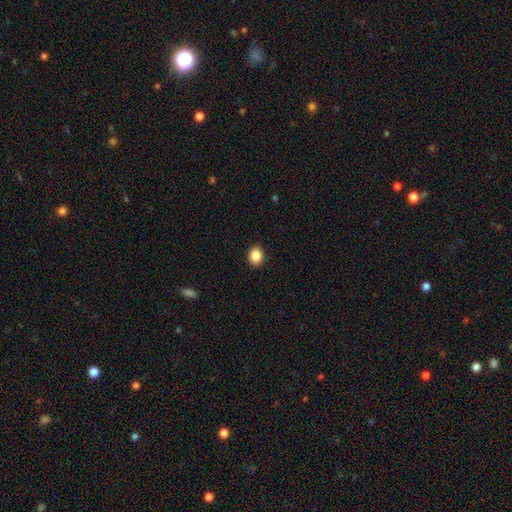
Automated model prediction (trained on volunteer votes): This appears to be a smooth galaxy with no disk features (87%) that is round (53%). Merging: none (91%).